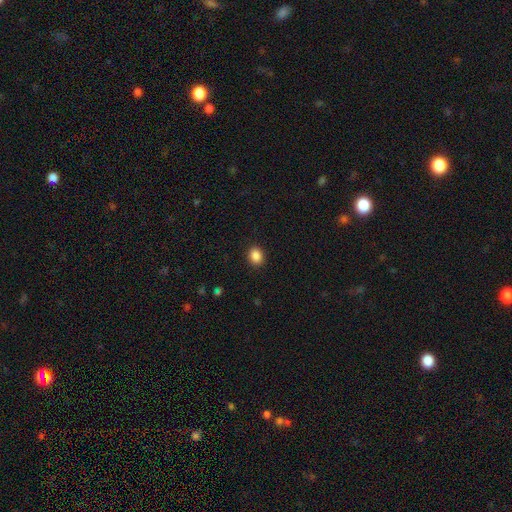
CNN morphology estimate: Q: Smooth or featured?
A: smooth (87%); runner-up: star or artifact (10%)
Q: How rounded?
A: round (54%); runner-up: in between (45%)
Q: Merging?
A: none (91%); runner-up: minor disturbance (6%)